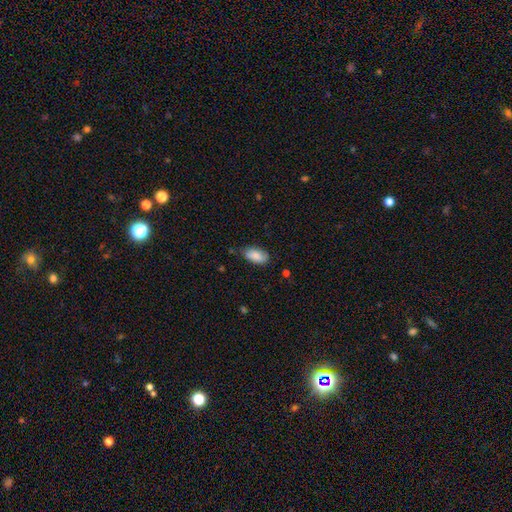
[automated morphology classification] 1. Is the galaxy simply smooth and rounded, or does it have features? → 87% smooth, 7% featured or disk, 6% star or artifact.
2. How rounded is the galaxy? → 93% in between, 4% cigar-shaped, 3% round.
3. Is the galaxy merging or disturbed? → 74% none, 21% minor disturbance, 3% major disturbance, 2% merger.